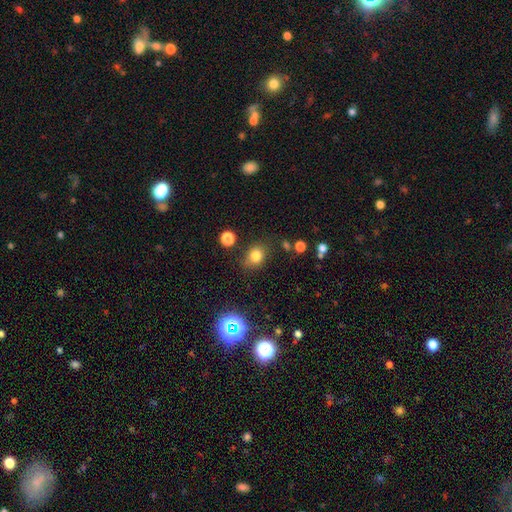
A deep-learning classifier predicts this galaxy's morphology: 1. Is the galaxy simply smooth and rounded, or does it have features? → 79% smooth, 14% star or artifact, 7% featured or disk.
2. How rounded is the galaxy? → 61% round, 38% in between, 1% cigar-shaped.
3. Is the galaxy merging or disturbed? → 74% none, 16% minor disturbance, 5% major disturbance, 5% merger.